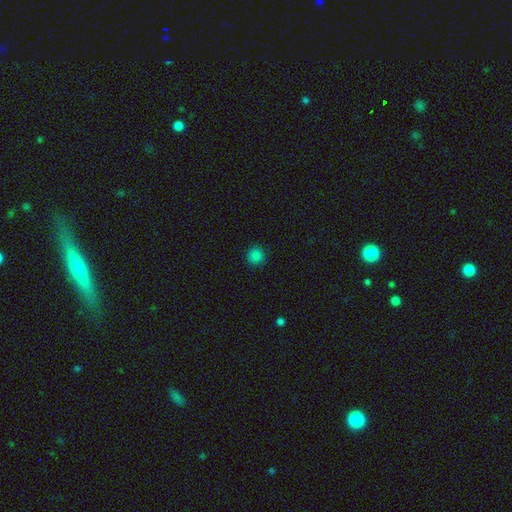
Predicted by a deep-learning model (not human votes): Smooth or featured: smooth — 84% (star or artifact — 13%)
How rounded: round — 94% (in between — 5%)
Merging: none — 91% (minor disturbance — 6%)